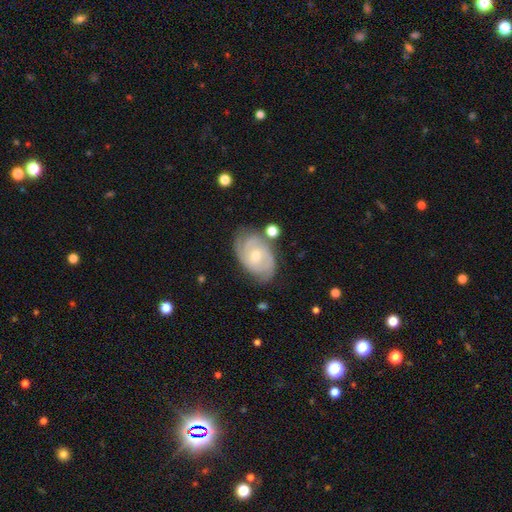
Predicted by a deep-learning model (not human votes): Overall: featured or disk (80%). Edge-on disk: no (96%). Bar: no (67%; weak 28%). Spiral arms: yes (93%). Spiral arm count: 2 (50%; can't tell 22%). Spiral winding: tight (62%; medium 31%). Bulge size: small (51%; moderate 46%). Merging: none (73%).